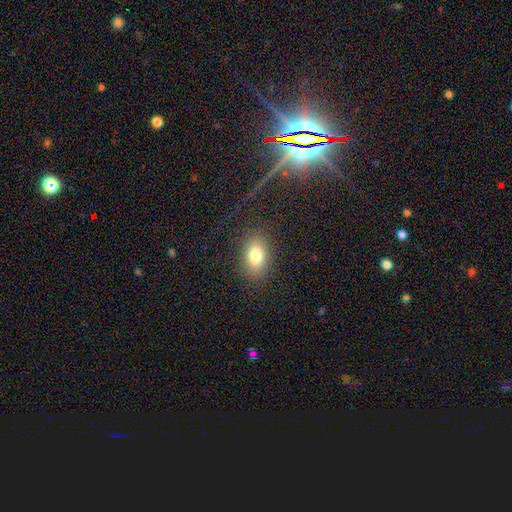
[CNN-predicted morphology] Smooth or featured? smooth (80%)
How rounded? in between (82%)
Merging? none (83%)